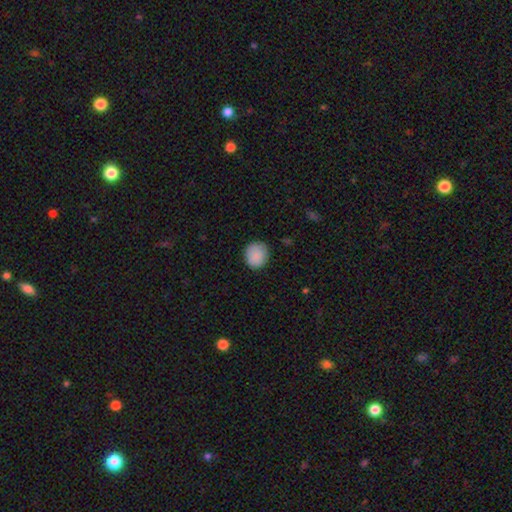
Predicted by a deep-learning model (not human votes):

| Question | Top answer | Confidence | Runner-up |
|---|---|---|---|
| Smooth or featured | smooth | 88% | star or artifact (7%) |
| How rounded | round | 88% | in between (11%) |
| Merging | none | 85% | minor disturbance (12%) |